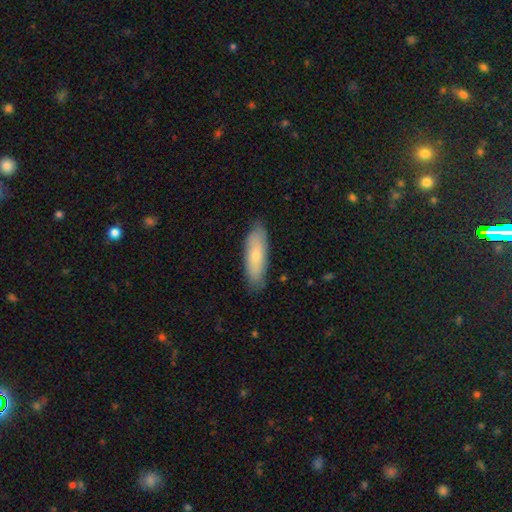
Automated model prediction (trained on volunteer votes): The model was most divided on "how rounded": in between: 50%, cigar-shaped: 48%, round: 2%. More confident: merging — none (83%); smooth or featured — smooth (69%).